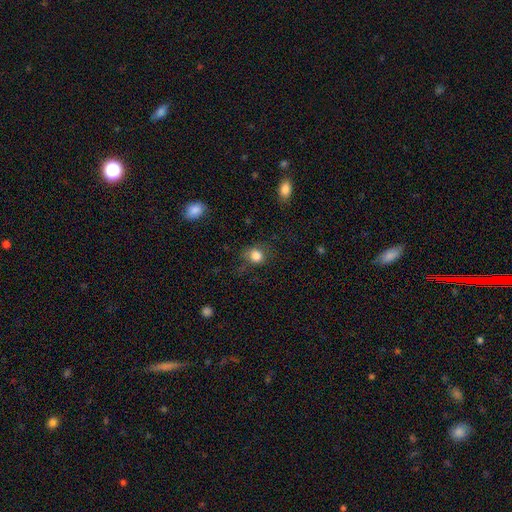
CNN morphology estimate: Smooth or featured: smooth — 83% (star or artifact — 11%)
How rounded: round — 74% (in between — 25%)
Merging: none — 66% (minor disturbance — 21%)